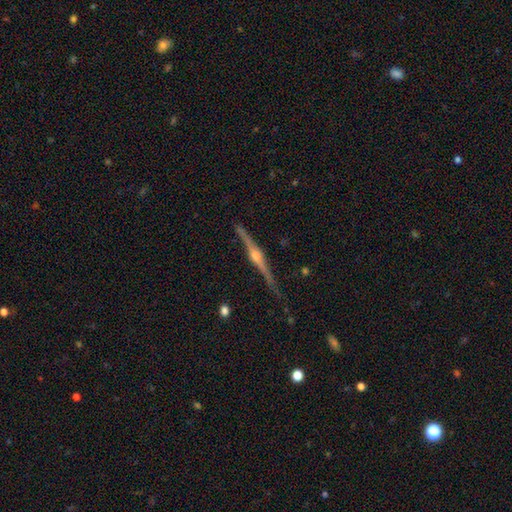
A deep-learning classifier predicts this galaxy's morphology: A featured or disk galaxy (88%) viewed edge-on (98%) with a rounded central bulge (93%). Merging: none (84%).